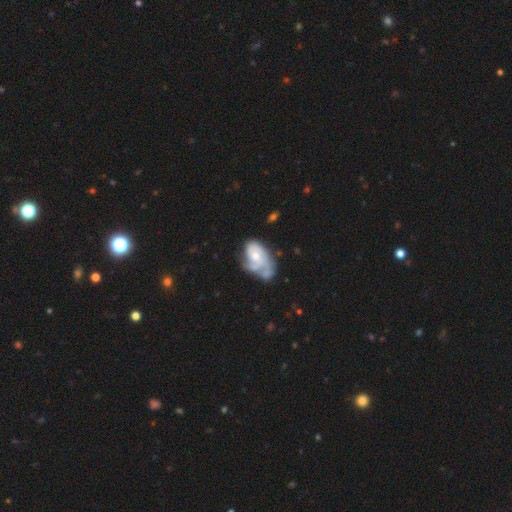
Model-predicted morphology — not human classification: smooth-or-featured: featured or disk: 67% | smooth: 27% | star or artifact: 6%
  disk-edge-on: no: 97% | yes: 3%
    bar: no: 76% | weak: 21% | strong: 3%
    has-spiral-arms: yes: 76% | no: 24%
    bulge-size: moderate: 50% | small: 42% | large: 4% | none: 3% | dominant: 1%
  merging: none: 31% | minor disturbance: 28% | major disturbance: 27% | merger: 14%